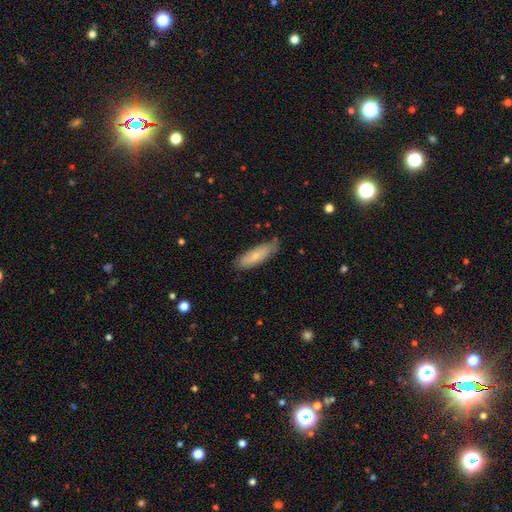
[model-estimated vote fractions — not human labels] Smooth or featured? Predicted: smooth (p=0.67). How rounded? Predicted: cigar-shaped (p=0.49, tied with in between). Merging? Predicted: none (p=0.74).